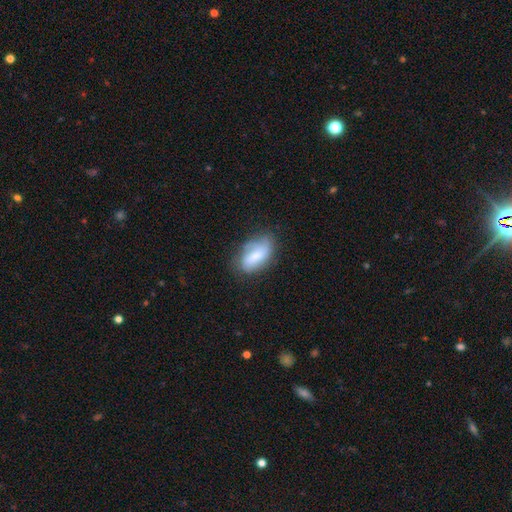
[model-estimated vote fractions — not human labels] smooth_or_featured: smooth (p=0.62) [alt: featured or disk p=0.31]
how_rounded: in between (p=0.91) [alt: cigar-shaped p=0.04]
merging: none (p=0.56) [alt: minor disturbance p=0.31]